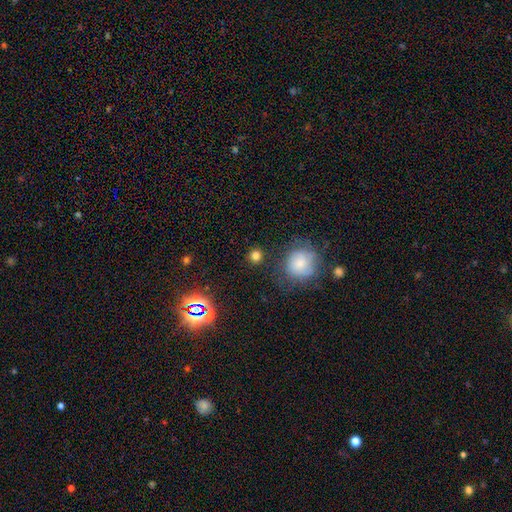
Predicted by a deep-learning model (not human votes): A smooth galaxy with no disk features (80%) that is round (90%). Merging: none (84%).